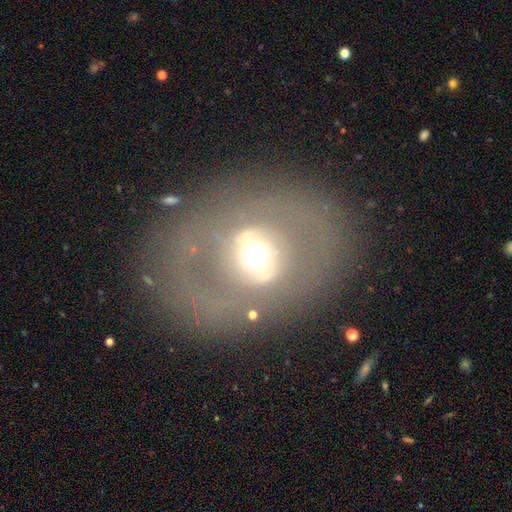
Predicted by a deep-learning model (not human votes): Q: Smooth or featured?
A: featured or disk (61%); runner-up: smooth (29%)
Q: Edge-on disk?
A: no (91%); runner-up: yes (9%)
Q: Bar?
A: no (44%); runner-up: strong (28%)
Q: Spiral arms?
A: no (77%); runner-up: yes (23%)
Q: Bulge size?
A: moderate (55%); runner-up: large (26%)
Q: Merging?
A: none (74%); runner-up: major disturbance (12%)